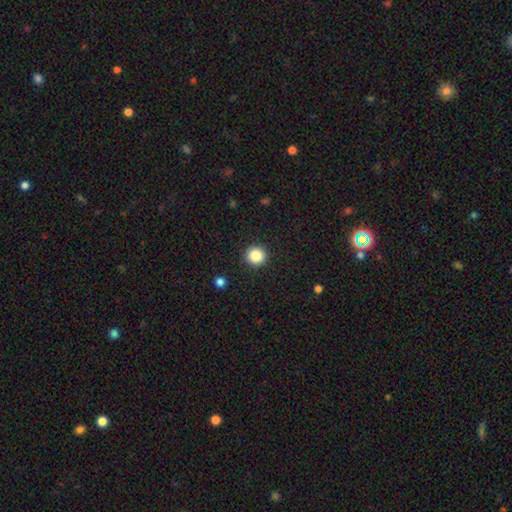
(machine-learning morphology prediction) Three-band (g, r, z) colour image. It shows a smooth galaxy with no disk features (86%) that is round (95%). Merging: none (92%).